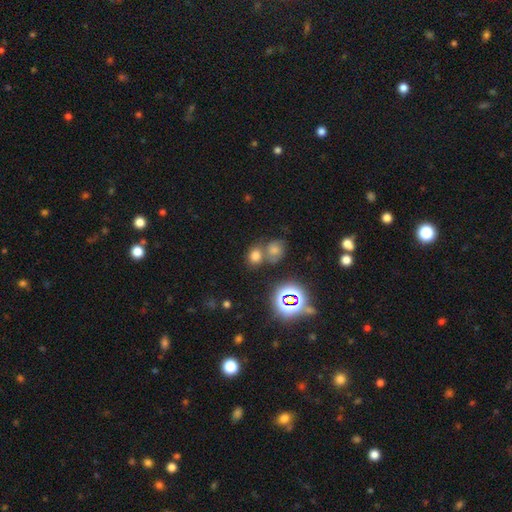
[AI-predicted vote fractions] smooth_or_featured: smooth (p=0.66) [alt: star or artifact p=0.25]
how_rounded: round (p=0.60) [alt: in between p=0.38]
merging: none (p=0.51) [alt: merger p=0.36]